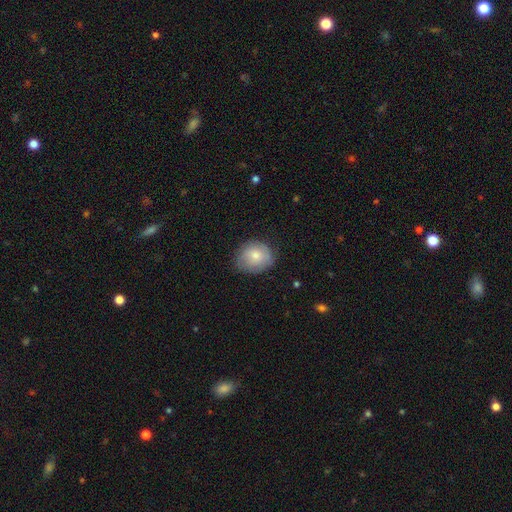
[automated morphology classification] type=smooth (73%); roundness=round (68%); merging=none (71%).